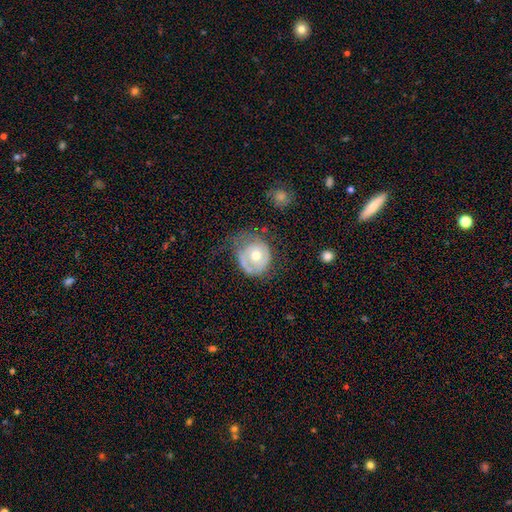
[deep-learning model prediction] A featured or disk galaxy (58%) with no bar (82%), spiral arms (67%) and a moderate central bulge (69%). Merging: none (44%).